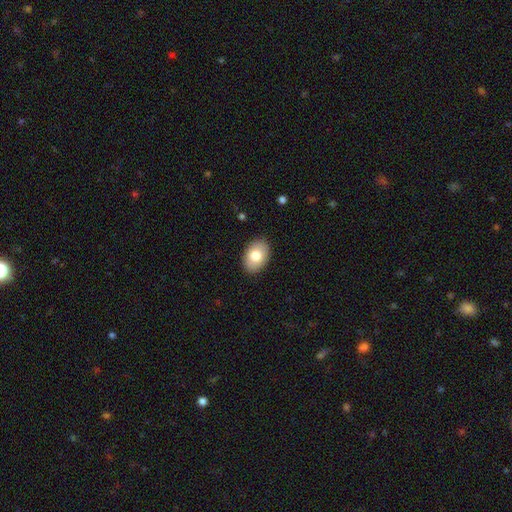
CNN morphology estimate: Smooth or featured: smooth — 80% (featured or disk — 13%)
How rounded: in between — 86% (round — 13%)
Merging: none — 89% (minor disturbance — 8%)